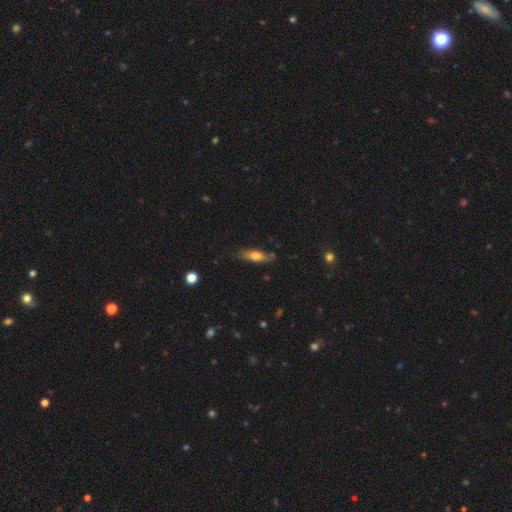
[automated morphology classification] smooth-or-featured: smooth: 60% | featured or disk: 34% | star or artifact: 7%
  how-rounded: cigar-shaped: 55% | in between: 42% | round: 3%
  merging: none: 75% | minor disturbance: 19% | major disturbance: 4% | merger: 2%